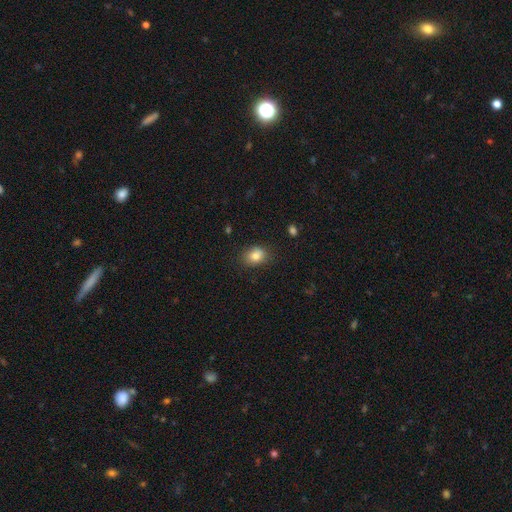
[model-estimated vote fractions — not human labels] smooth 83%, star or artifact 10%, featured or disk 8%. Down the decision tree: how rounded — in between (62%); merging — none (80%).